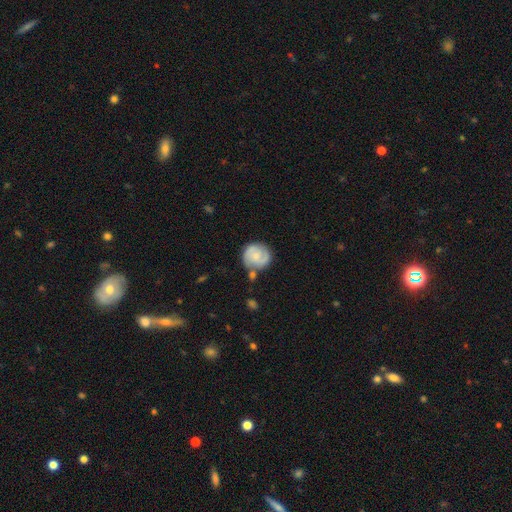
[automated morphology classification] Smooth or featured?
  - featured or disk: 61% *
  - smooth: 33%
  - star or artifact: 6%
Edge-on disk?
  - no: 98% *
  - yes: 2%
Bar?
  - no: 64% *
  - weak: 31%
  - strong: 5%
Spiral arms?
  - yes: 88% *
  - no: 12%
Spiral winding?
  - tight: 47% *
  - medium: 40%
  - loose: 13%
Spiral arm count?
  - 2: 73% *
  - can't tell: 13%
  - 3: 6%
  - 1: 4%
  - 4: 2%
  - more than 4: 1%
Bulge size?
  - small: 51% *
  - moderate: 35%
  - none: 11%
  - large: 3%
  - dominant: 1%
Merging?
  - none: 63% *
  - minor disturbance: 19%
  - merger: 12%
  - major disturbance: 6%